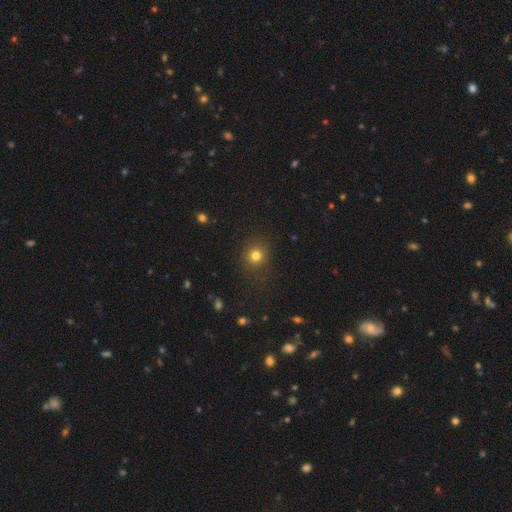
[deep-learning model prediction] Smooth or featured? smooth (78%)
How rounded? round (86%)
Merging? none (84%)